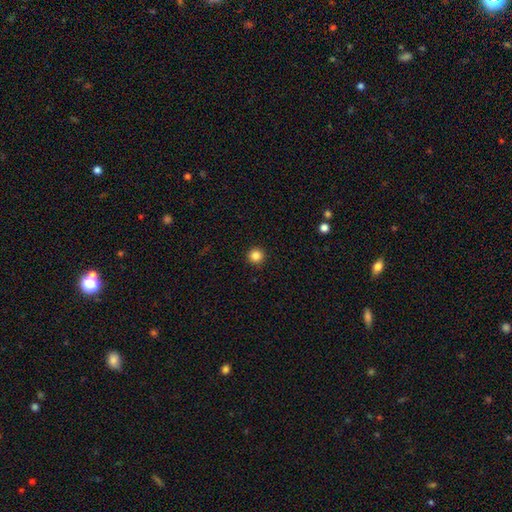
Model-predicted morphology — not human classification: This is clearly a smooth galaxy (85%). How rounded: clearly round (96%). Merging: clearly none (93%).